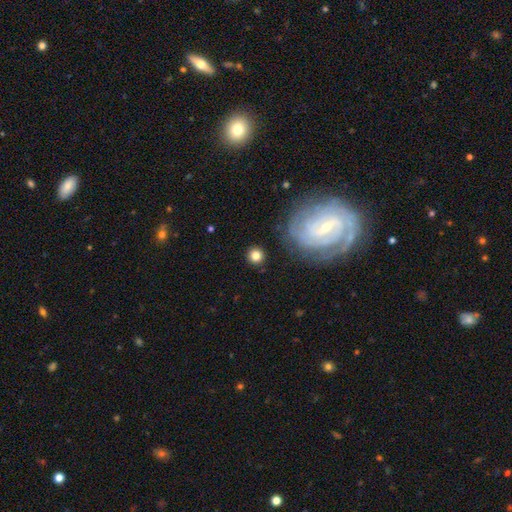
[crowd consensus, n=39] Volunteers were most divided on "smooth or featured": smooth: 79%, featured or disk: 10%, star or artifact: 10%. More confident: how rounded — round (100%); merging — none (89%).